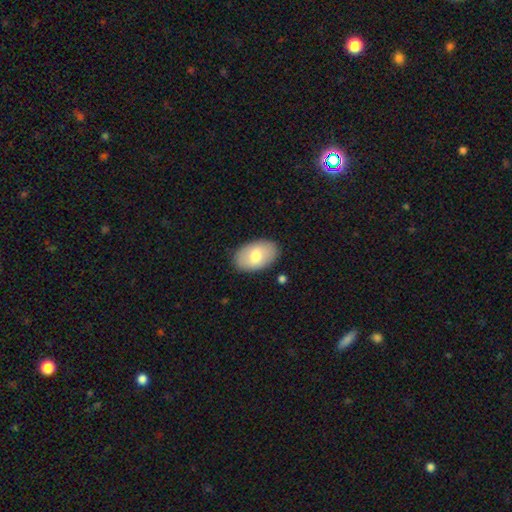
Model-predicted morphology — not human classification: Smooth or featured?
  - smooth: 72% *
  - featured or disk: 22%
  - star or artifact: 6%
How rounded?
  - in between: 91% *
  - round: 8%
  - cigar-shaped: 1%
Merging?
  - none: 86% *
  - minor disturbance: 10%
  - major disturbance: 3%
  - merger: 1%